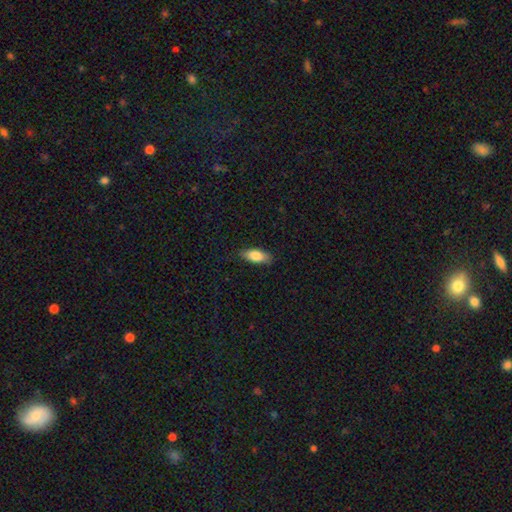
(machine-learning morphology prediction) Smooth or featured: smooth — 82% (featured or disk — 12%)
How rounded: in between — 80% (cigar-shaped — 17%)
Merging: none — 83% (minor disturbance — 13%)